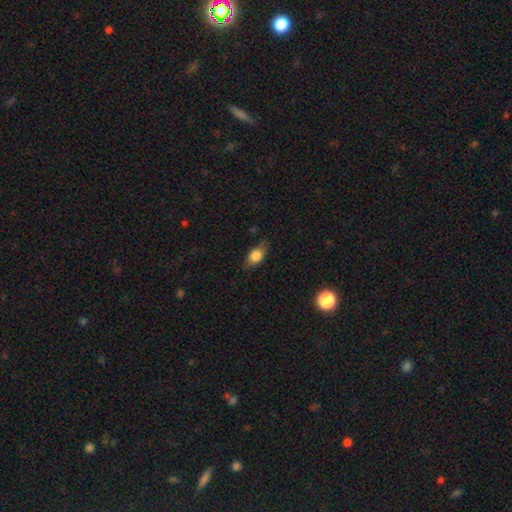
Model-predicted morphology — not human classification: This appears to be a smooth galaxy with no disk features (76%) that is in between round and cigar-shaped (79%). Merging: none (76%).